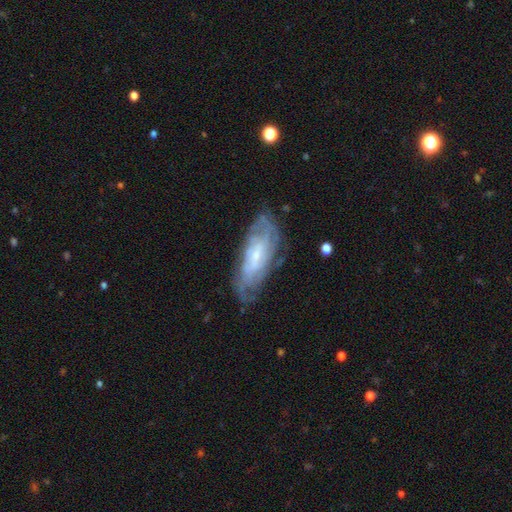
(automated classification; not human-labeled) Morphology: type=featured or disk (74%); edge-on=no (85%); bar=no (52%); spiral arms=yes (88%); winding=tight (63%); arm count=can't tell (57%); bulge=small (68%); merging=none (72%).